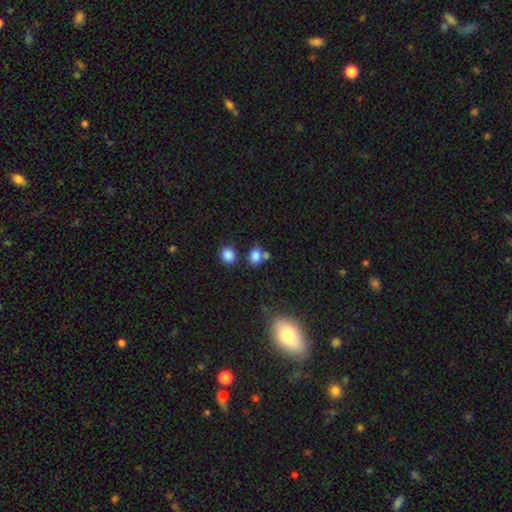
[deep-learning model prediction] Smooth or featured?
  - smooth: 81% *
  - star or artifact: 13%
  - featured or disk: 6%
How rounded?
  - in between: 53% *
  - round: 45%
  - cigar-shaped: 1%
Merging?
  - none: 56% *
  - merger: 27%
  - minor disturbance: 12%
  - major disturbance: 5%